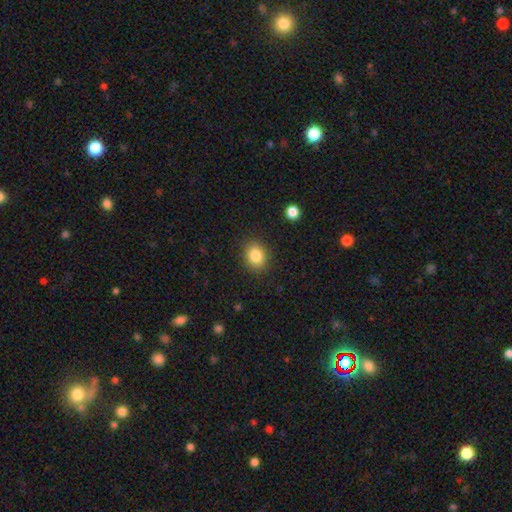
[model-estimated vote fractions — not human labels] Smooth or featured?
  - smooth: 83% *
  - star or artifact: 10%
  - featured or disk: 7%
How rounded?
  - round: 65% *
  - in between: 34%
  - cigar-shaped: 1%
Merging?
  - none: 88% *
  - minor disturbance: 8%
  - major disturbance: 3%
  - merger: 1%